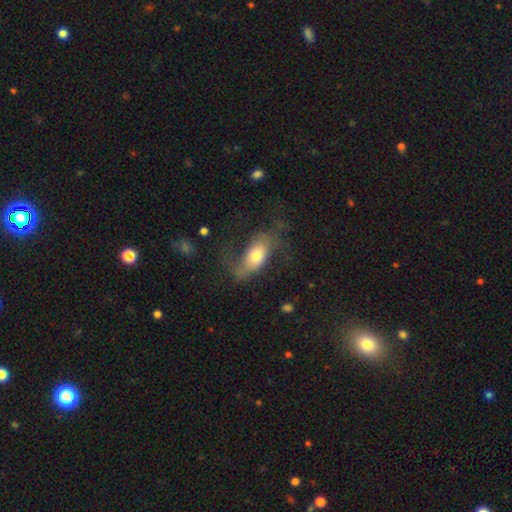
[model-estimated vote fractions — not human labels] Smooth or featured: smooth — 53% (featured or disk — 39%)
How rounded: in between — 86% (cigar-shaped — 8%)
Merging: none — 42% (major disturbance — 32%)